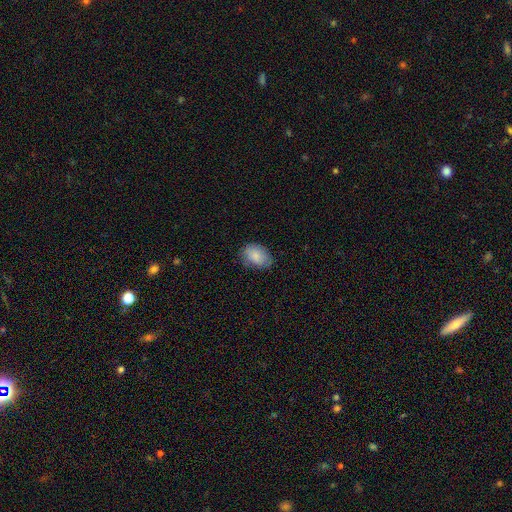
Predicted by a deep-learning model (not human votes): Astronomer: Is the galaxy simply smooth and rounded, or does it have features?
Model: smooth — 84%.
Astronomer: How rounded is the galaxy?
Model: in between — 83%.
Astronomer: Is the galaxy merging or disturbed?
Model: none — 70%.